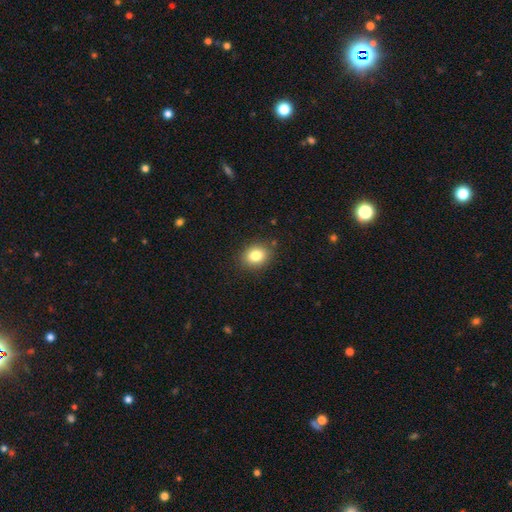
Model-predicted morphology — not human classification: smooth_or_featured: smooth (p=0.82) [alt: star or artifact p=0.10]
how_rounded: round (p=0.58) [alt: in between p=0.41]
merging: none (p=0.88) [alt: minor disturbance p=0.08]